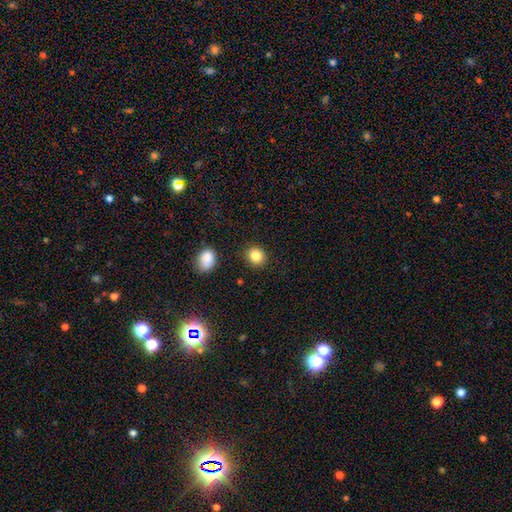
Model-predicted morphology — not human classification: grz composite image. It shows a smooth galaxy with no disk features (85%) that is round (78%). Merging: none (89%).